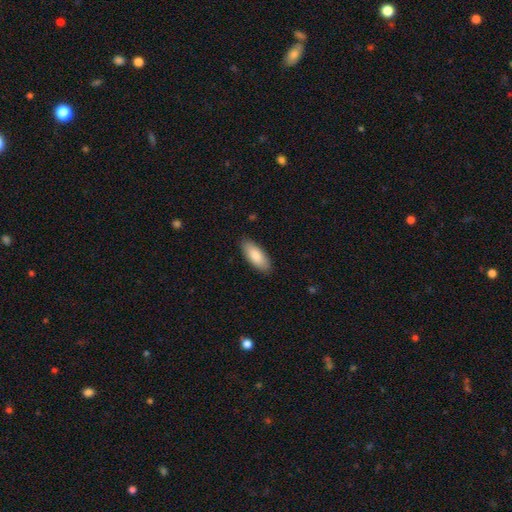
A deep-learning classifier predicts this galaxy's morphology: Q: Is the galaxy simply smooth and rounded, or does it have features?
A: smooth — 86%.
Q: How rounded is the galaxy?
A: in between — 81%.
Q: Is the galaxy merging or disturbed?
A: none — 88%.